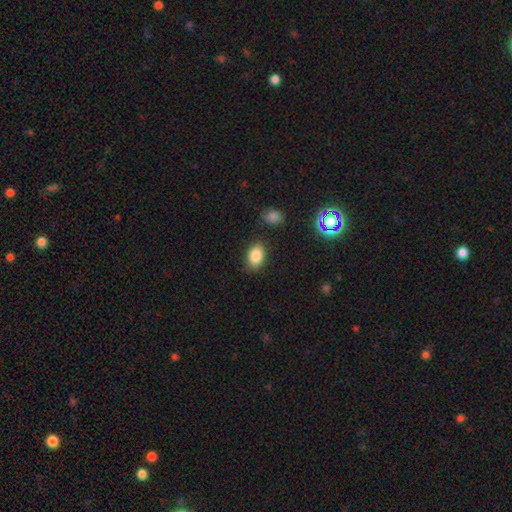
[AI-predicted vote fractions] Smooth or featured: smooth — 84% (star or artifact — 9%)
How rounded: in between — 83% (round — 16%)
Merging: none — 82% (minor disturbance — 12%)